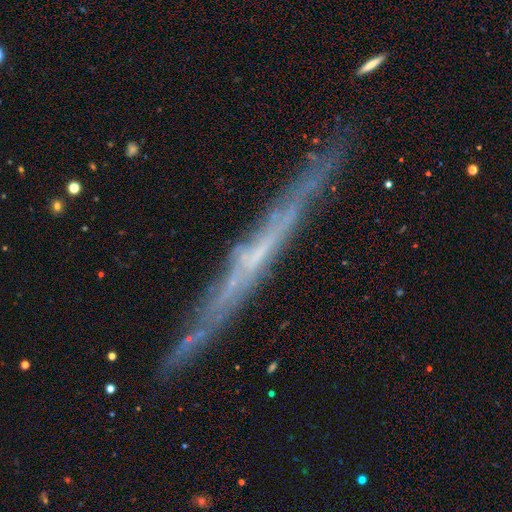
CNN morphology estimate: Smooth or featured? Predicted: featured or disk (p=0.70). Edge-on disk? Predicted: yes (p=0.95). Edge-on bulge? Predicted: none (p=0.82). Merging? Predicted: none (p=0.86).